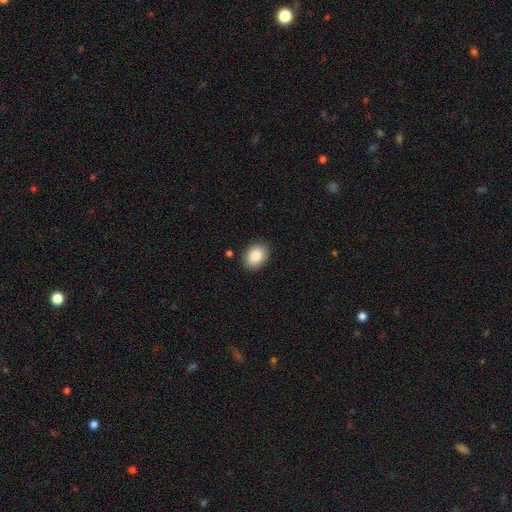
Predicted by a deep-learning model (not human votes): This is clearly a smooth galaxy (86%). How rounded: likely in between (64%). Merging: clearly none (88%).